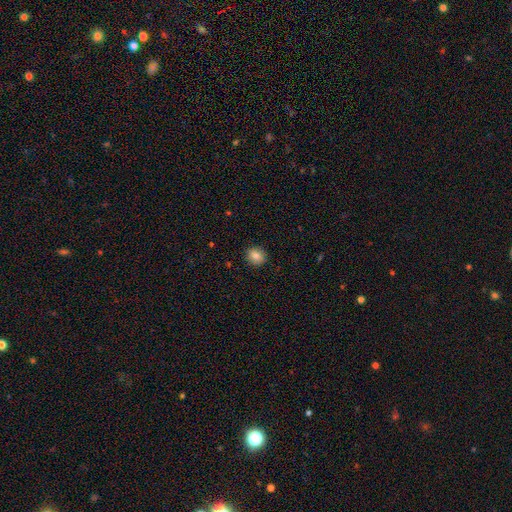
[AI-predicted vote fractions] The model was most divided on "how rounded": round: 84%, in between: 15%, cigar-shaped: 1%. More confident: merging — none (89%); smooth or featured — smooth (80%).